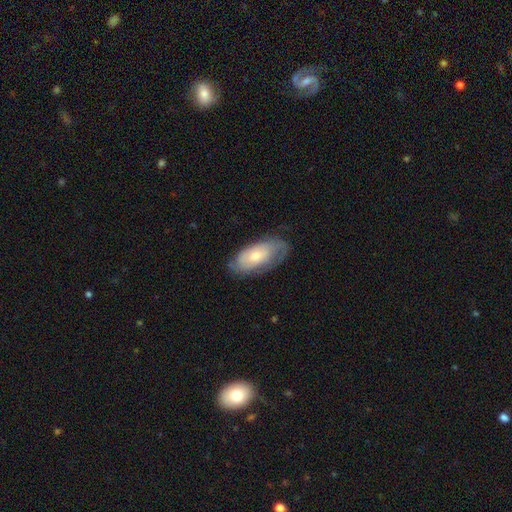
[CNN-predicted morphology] Smooth or featured? Predicted: featured or disk (p=0.52). Edge-on disk? Predicted: no (p=0.90). Merging? Predicted: none (p=0.65).